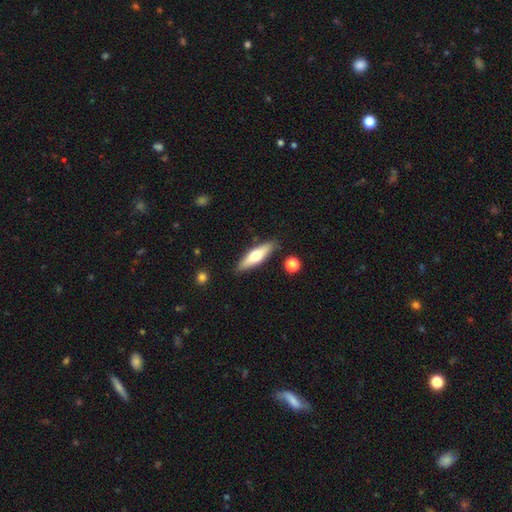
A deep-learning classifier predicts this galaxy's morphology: A smooth galaxy with no disk features (55%) that is cigar-shaped (62%). Merging: none (86%).